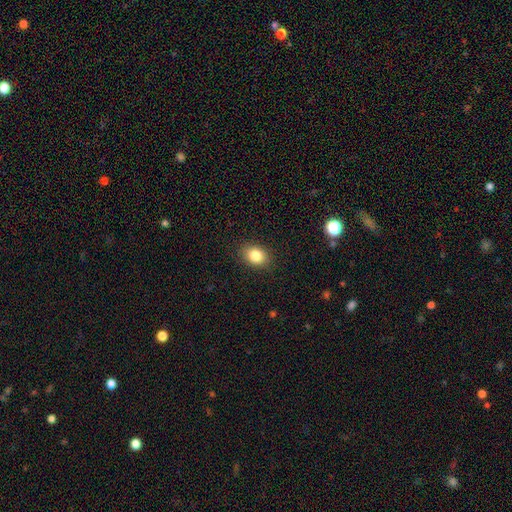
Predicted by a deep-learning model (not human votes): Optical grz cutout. It shows a smooth galaxy with no disk features (84%) that is in between round and cigar-shaped (69%). Merging: none (88%).